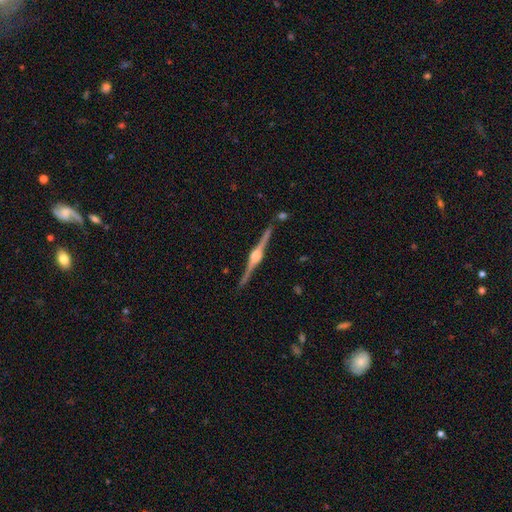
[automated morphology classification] The model was most divided on "edge-on bulge": rounded: 90%, boxy: 8%, none: 2%. More confident: edge-on disk — yes (98%); merging — none (90%); smooth or featured — featured or disk (89%).